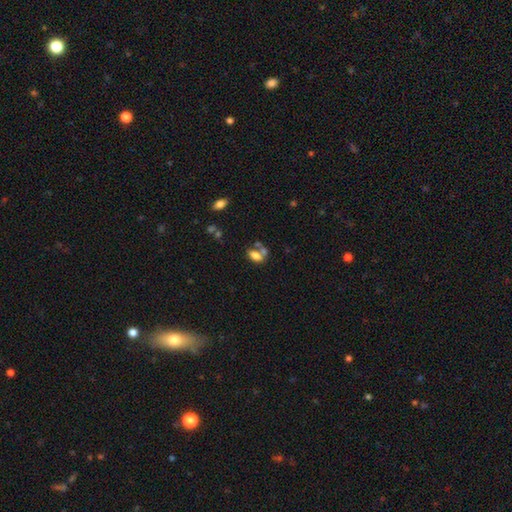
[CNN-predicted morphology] This is likely a smooth galaxy (73%). How rounded: clearly in between (87%). Merging: marginally none (41%).